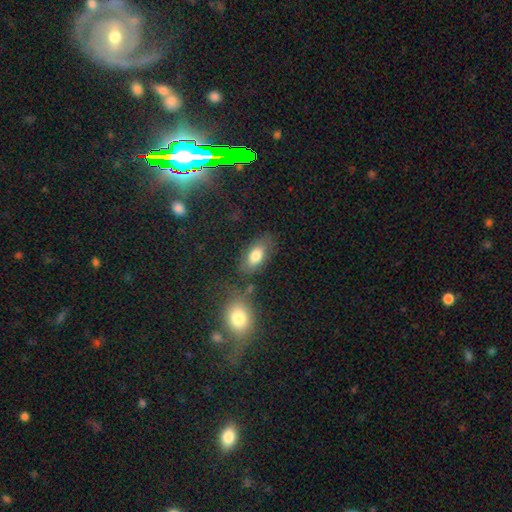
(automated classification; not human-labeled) smooth 78%, featured or disk 14%, star or artifact 8%. Down the decision tree: how rounded — in between (89%); merging — none (71%).